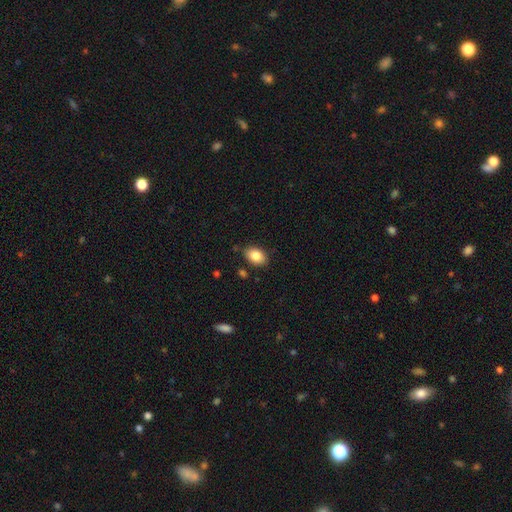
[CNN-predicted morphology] Q: Smooth or featured?
A: smooth (85%); runner-up: star or artifact (8%)
Q: How rounded?
A: in between (84%); runner-up: round (15%)
Q: Merging?
A: none (84%); runner-up: minor disturbance (11%)